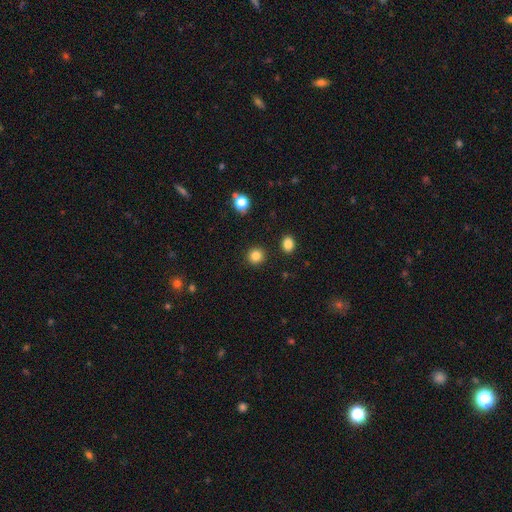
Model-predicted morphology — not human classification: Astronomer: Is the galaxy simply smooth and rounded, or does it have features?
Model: smooth — 85%.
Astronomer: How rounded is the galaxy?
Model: round — 92%.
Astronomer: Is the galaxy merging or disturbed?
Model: none — 91%.